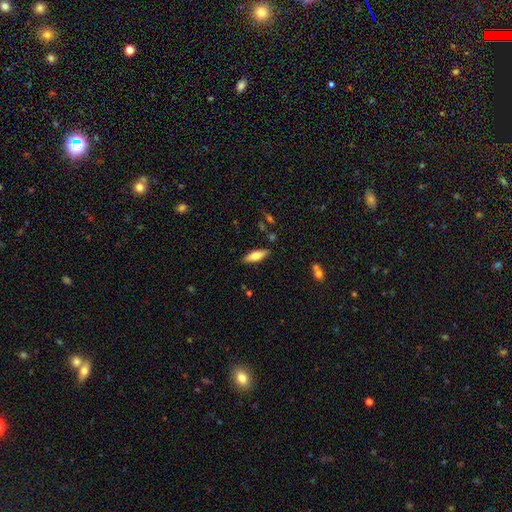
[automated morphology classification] type=smooth (70%); roundness=in between (57%); merging=none (85%).